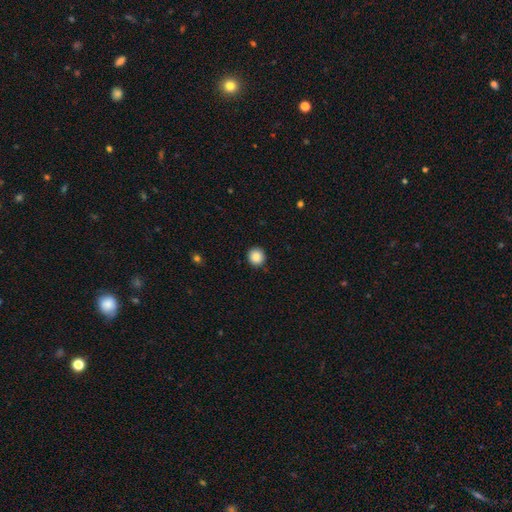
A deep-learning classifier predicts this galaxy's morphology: smooth-or-featured: smooth: 87% | star or artifact: 9% | featured or disk: 4%
  how-rounded: round: 93% | in between: 6% | cigar-shaped: 1%
  merging: none: 91% | minor disturbance: 6% | major disturbance: 2% | merger: 1%